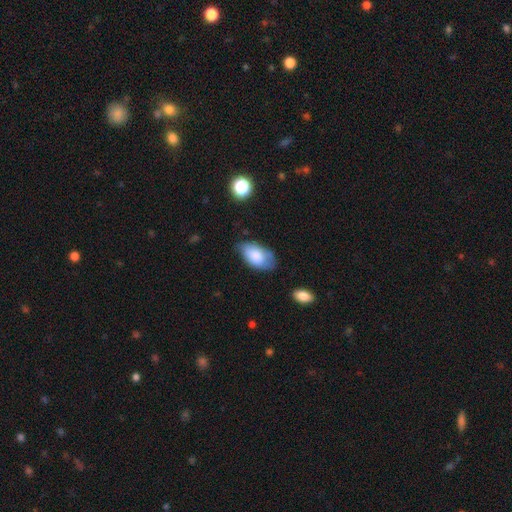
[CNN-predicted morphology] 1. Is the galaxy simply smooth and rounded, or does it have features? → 79% smooth, 14% featured or disk, 7% star or artifact.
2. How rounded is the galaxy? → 94% in between, 4% round, 2% cigar-shaped.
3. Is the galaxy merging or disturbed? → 58% none, 32% minor disturbance, 7% major disturbance, 3% merger.